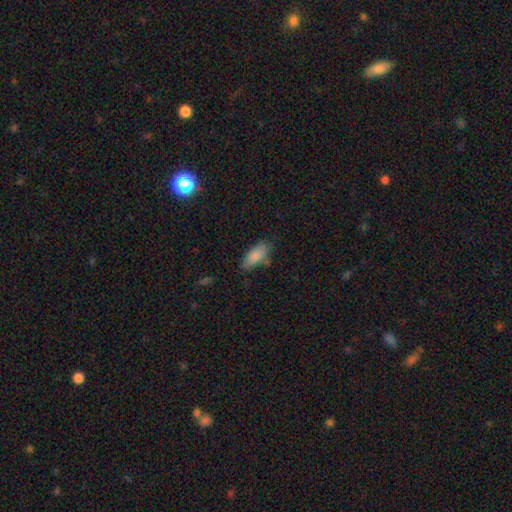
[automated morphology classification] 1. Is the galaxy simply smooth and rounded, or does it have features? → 85% smooth, 8% featured or disk, 7% star or artifact.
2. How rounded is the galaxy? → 83% in between, 15% cigar-shaped, 2% round.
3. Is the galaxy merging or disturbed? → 67% none, 23% minor disturbance, 5% major disturbance, 5% merger.